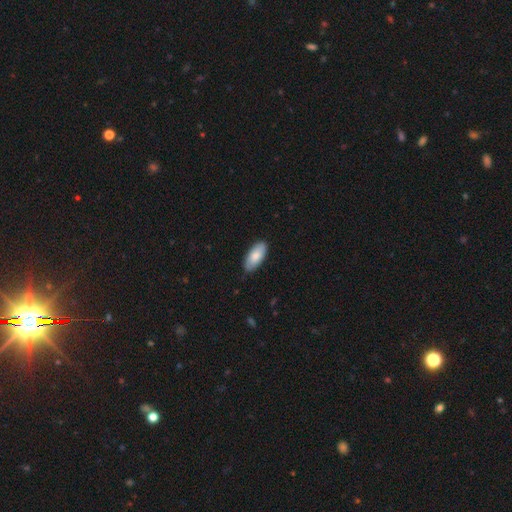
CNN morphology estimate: The model was most divided on "smooth or featured": smooth: 81%, featured or disk: 14%, star or artifact: 5%. More confident: how rounded — in between (91%); merging — none (83%).